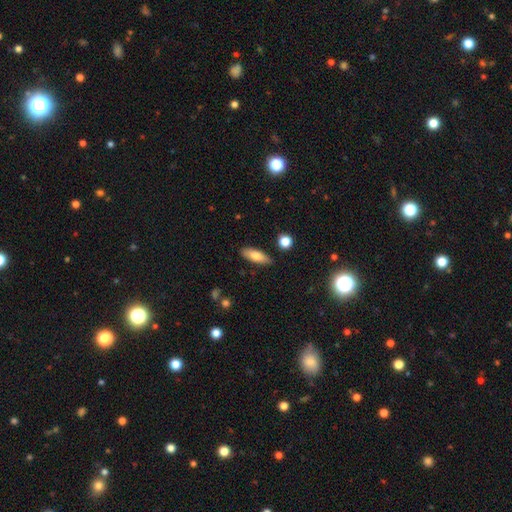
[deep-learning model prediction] Q: Smooth or featured?
A: smooth (77%); runner-up: featured or disk (16%)
Q: How rounded?
A: in between (61%); runner-up: cigar-shaped (37%)
Q: Merging?
A: none (86%); runner-up: minor disturbance (10%)